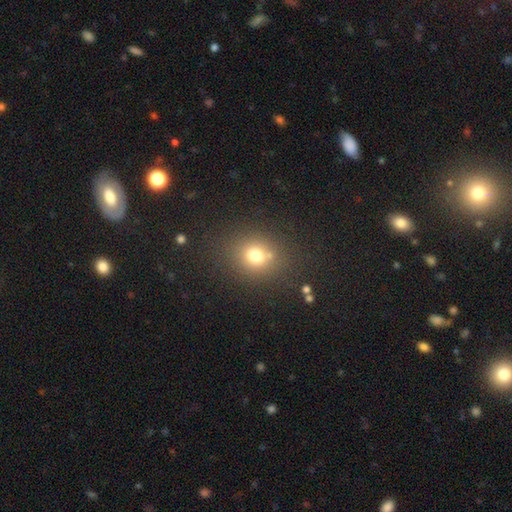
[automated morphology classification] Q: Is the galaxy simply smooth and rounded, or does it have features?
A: smooth — 73%.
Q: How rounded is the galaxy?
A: round — 71%.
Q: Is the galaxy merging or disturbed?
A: none — 75%.